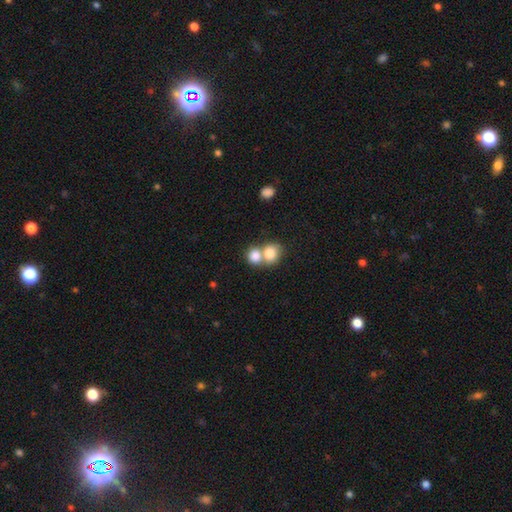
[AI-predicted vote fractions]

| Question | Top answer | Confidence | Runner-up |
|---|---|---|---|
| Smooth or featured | smooth | 80% | featured or disk (10%) |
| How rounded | round | 70% | in between (29%) |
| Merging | merger | 61% | none (31%) |